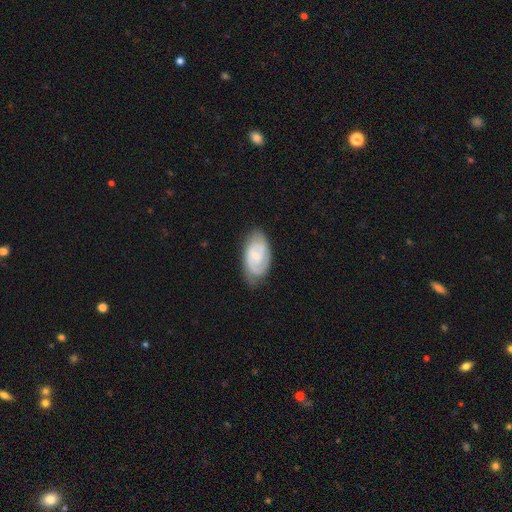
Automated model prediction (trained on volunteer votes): This appears to be a featured or disk galaxy (69%) with a weak bar (45%, tied with no), 2 (57%) tight (54%) spiral arms (91%) and a small central bulge (61%). Merging: none (70%).